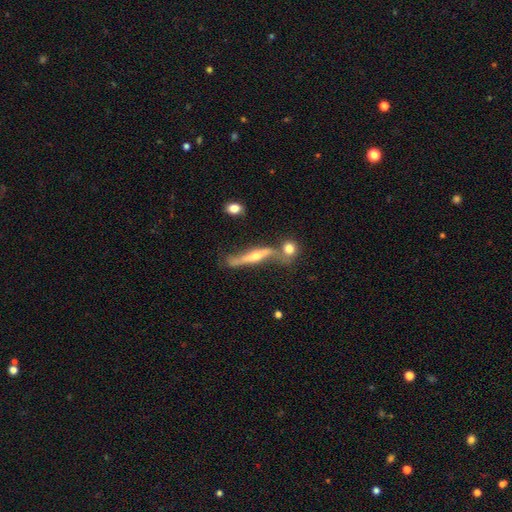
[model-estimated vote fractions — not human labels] This appears to be a featured or disk galaxy (72%) viewed edge-on (85%) with a rounded central bulge (88%). Merging: none (53%).